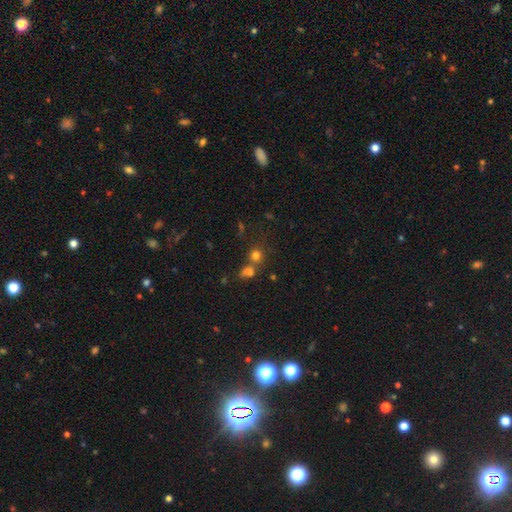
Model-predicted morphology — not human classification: Smooth or featured? Predicted: smooth (p=0.71). How rounded? Predicted: round (p=0.85). Merging? Predicted: none (p=0.58).